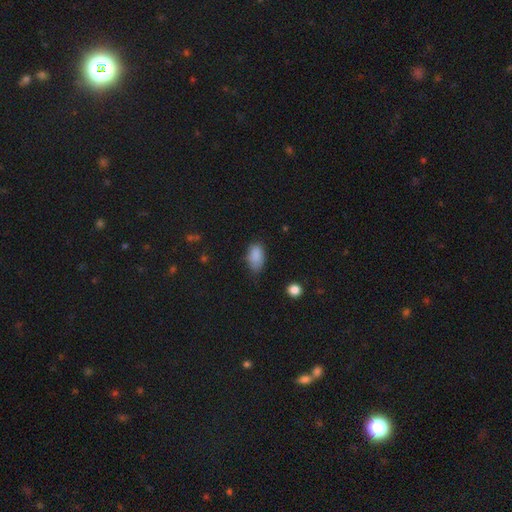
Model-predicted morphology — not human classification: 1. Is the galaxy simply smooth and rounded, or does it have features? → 86% smooth, 9% star or artifact, 5% featured or disk.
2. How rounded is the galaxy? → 91% in between, 7% round, 2% cigar-shaped.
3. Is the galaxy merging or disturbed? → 59% none, 32% minor disturbance, 7% major disturbance, 2% merger.